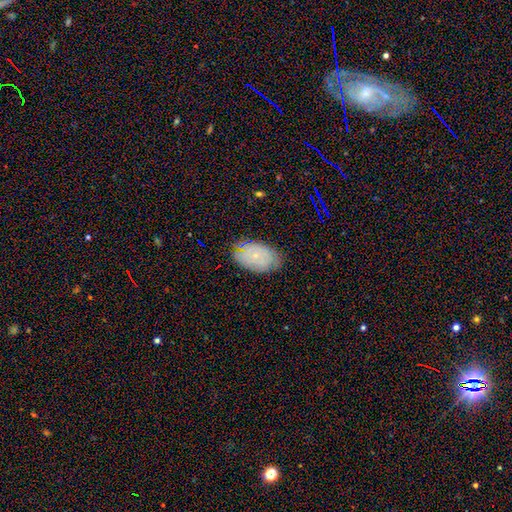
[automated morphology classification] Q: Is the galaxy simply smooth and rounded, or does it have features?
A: smooth — 46%.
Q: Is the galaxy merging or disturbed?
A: none — 78%.